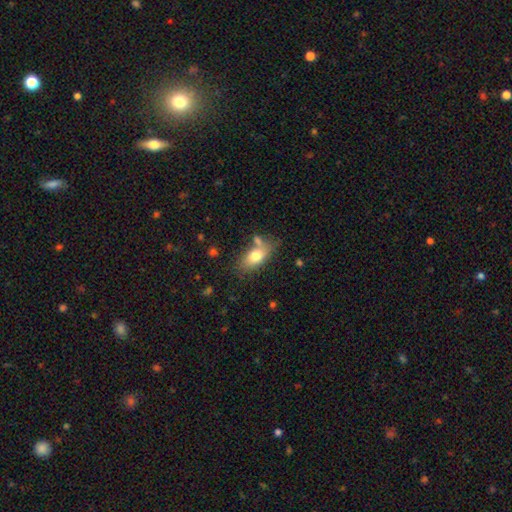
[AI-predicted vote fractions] smooth-or-featured: smooth: 75% | featured or disk: 17% | star or artifact: 8%
  how-rounded: in between: 86% | cigar-shaped: 8% | round: 6%
  merging: none: 61% | minor disturbance: 18% | merger: 15% | major disturbance: 6%